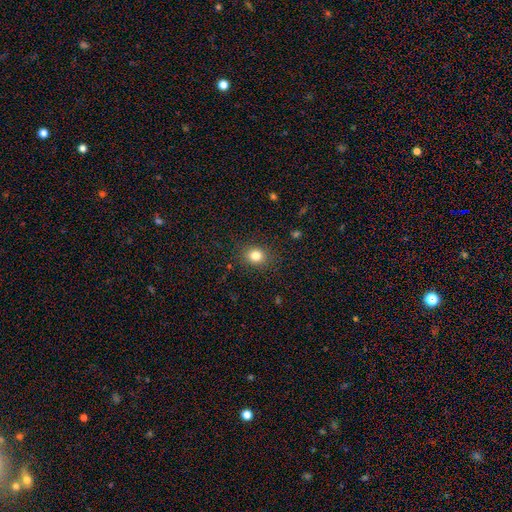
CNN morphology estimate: This is clearly a smooth galaxy (82%). How rounded: likely round (67%). Merging: clearly none (87%).